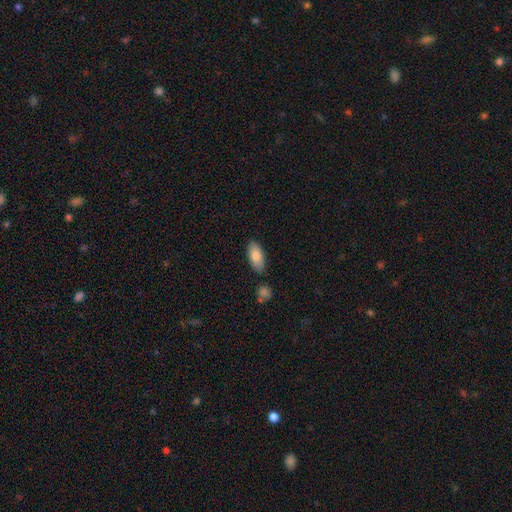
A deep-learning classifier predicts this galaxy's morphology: smooth 81%, featured or disk 13%, star or artifact 6%. Down the decision tree: how rounded — in between (88%); merging — none (81%).